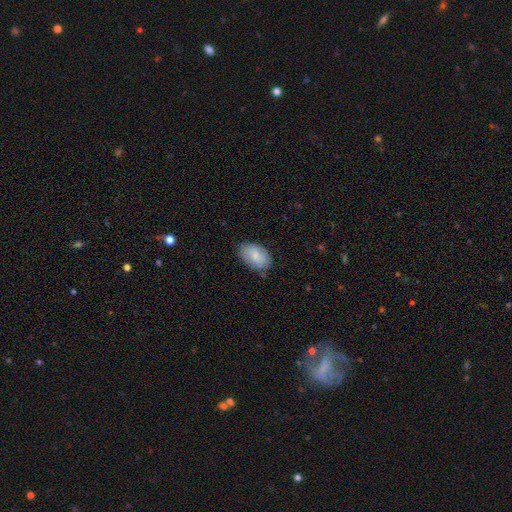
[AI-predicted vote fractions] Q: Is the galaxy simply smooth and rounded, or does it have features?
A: smooth — 80%.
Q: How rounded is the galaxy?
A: in between — 91%.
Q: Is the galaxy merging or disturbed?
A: none — 75%.